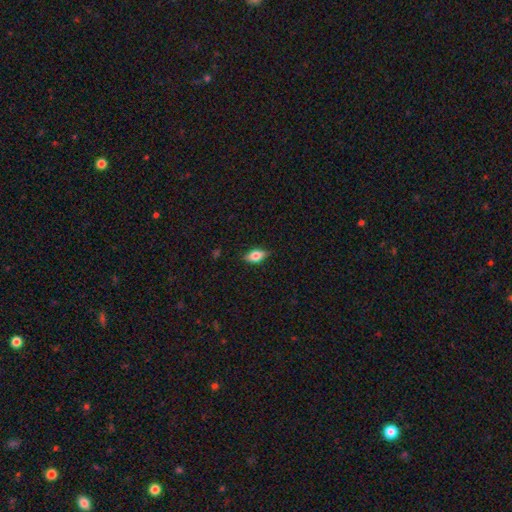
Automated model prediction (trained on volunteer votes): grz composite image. It shows a smooth galaxy with no disk features (69%) that is in between round and cigar-shaped (85%). Merging: none (83%).